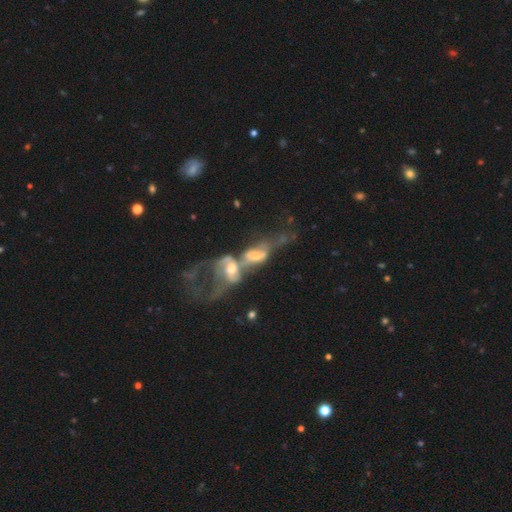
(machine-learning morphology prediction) This is likely a featured or disk galaxy (67%). It is clearly not viewed edge-on (92%). Bar: possibly no (54%). Spiral arm pattern: likely yes (62%). Central bulge: possibly moderate (49%). Merging: clearly merger (81%).